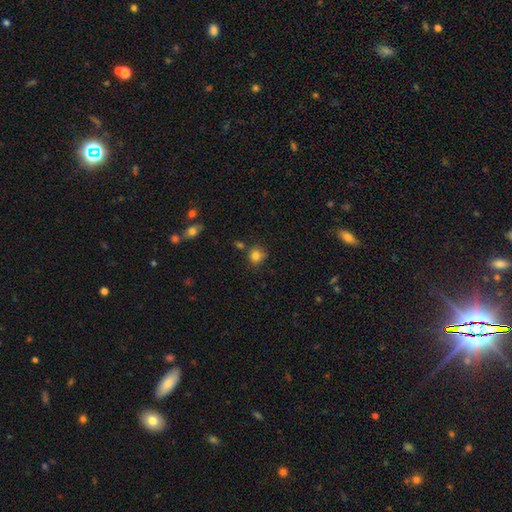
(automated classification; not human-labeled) This appears to be a smooth galaxy with no disk features (82%) that is round (82%). Merging: none (73%).